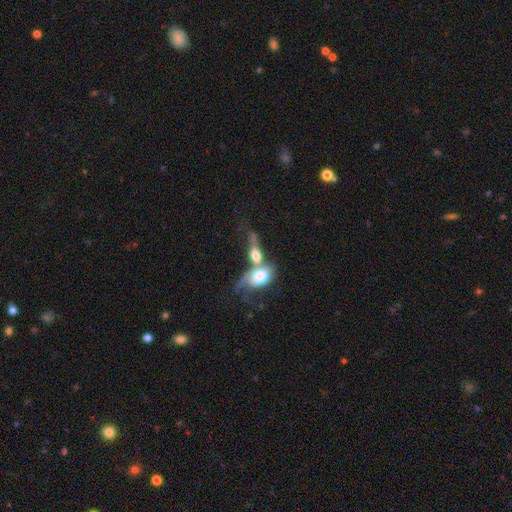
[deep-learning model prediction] Smooth or featured?
  - smooth: 60% *
  - featured or disk: 33%
  - star or artifact: 8%
How rounded?
  - in between: 73% *
  - round: 18%
  - cigar-shaped: 9%
Merging?
  - merger: 74% *
  - none: 11%
  - major disturbance: 9%
  - minor disturbance: 6%